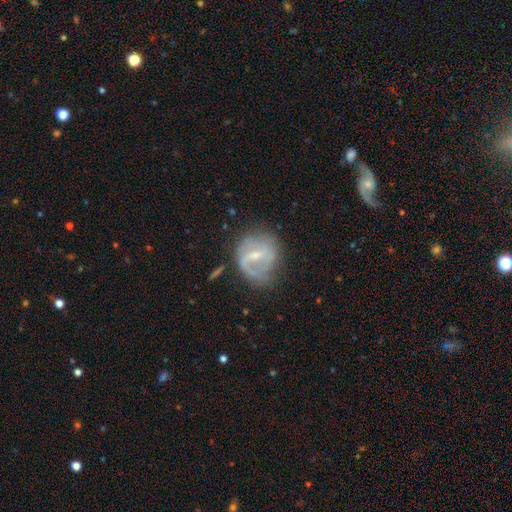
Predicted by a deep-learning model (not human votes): Smooth or featured? Predicted: featured or disk (p=0.72). Edge-on disk? Predicted: no (p=0.96). Bar? Predicted: weak (p=0.55). Spiral arms? Predicted: yes (p=0.79). Spiral winding? Predicted: medium (p=0.41). Spiral arm count? Predicted: 2 (p=0.52). Bulge size? Predicted: small (p=0.55). Merging? Predicted: none (p=0.52).